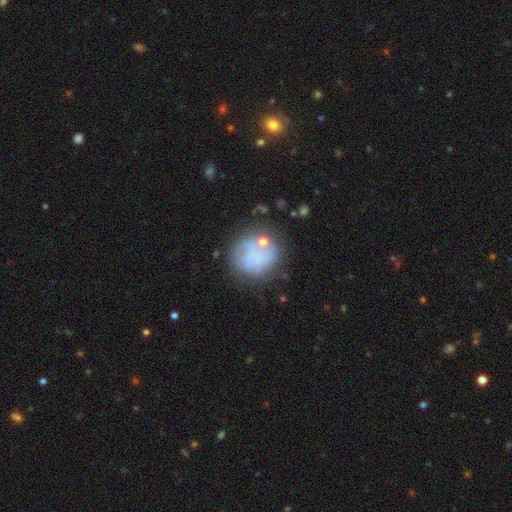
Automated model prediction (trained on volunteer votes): Overall: smooth (57%; featured or disk 32%). How rounded: round (85%). Merging: none (59%; minor disturbance 20%).